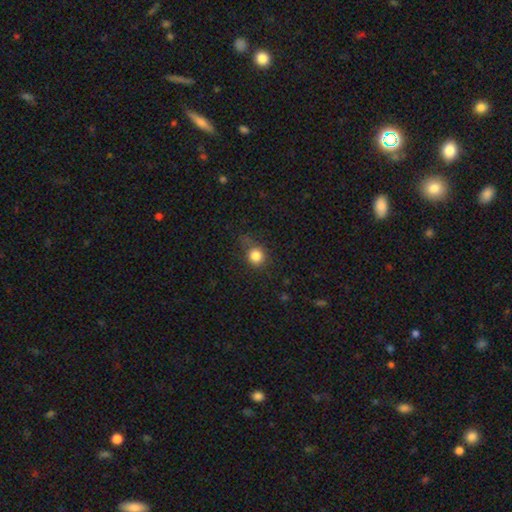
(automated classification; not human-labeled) Morphology: type=smooth (83%); roundness=round (90%); merging=none (73%).